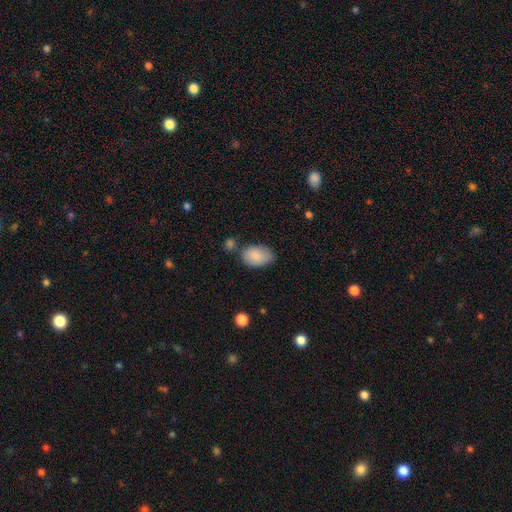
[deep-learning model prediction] Morphology: type=smooth (86%); roundness=in between (90%); merging=none (62%).